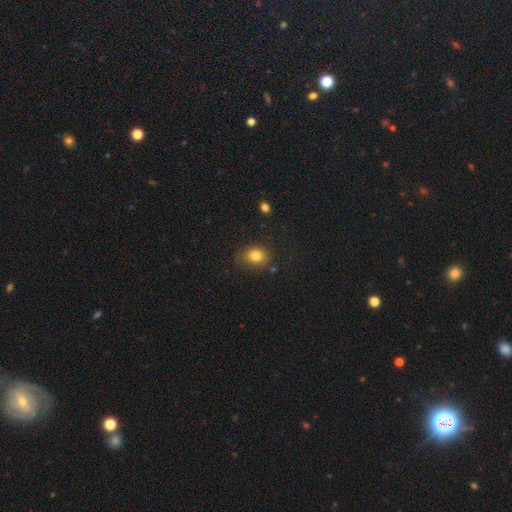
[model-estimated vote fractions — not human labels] The model was most divided on "how rounded": round: 52%, in between: 47%, cigar-shaped: 1%. More confident: smooth or featured — smooth (82%); merging — none (74%).